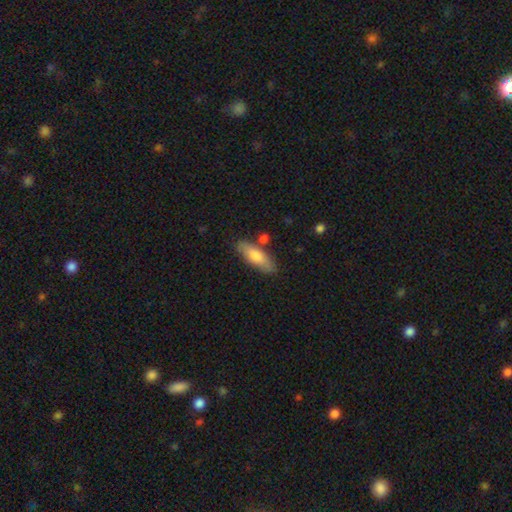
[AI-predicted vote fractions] A smooth galaxy with no disk features (74%) that is in between round and cigar-shaped (55%). Merging: none (78%).